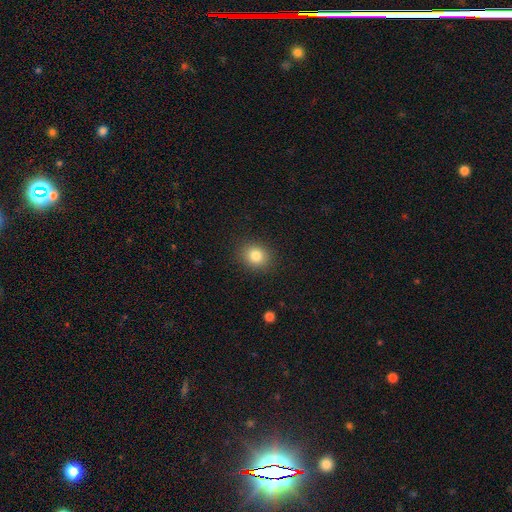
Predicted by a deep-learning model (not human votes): Smooth or featured? smooth (82%)
How rounded? round (71%)
Merging? none (89%)